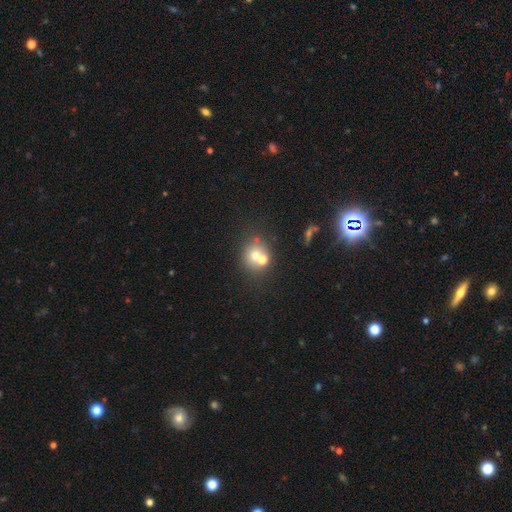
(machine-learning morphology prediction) This is likely a smooth galaxy (64%). How rounded: clearly round (80%). Merging: possibly none (46%).